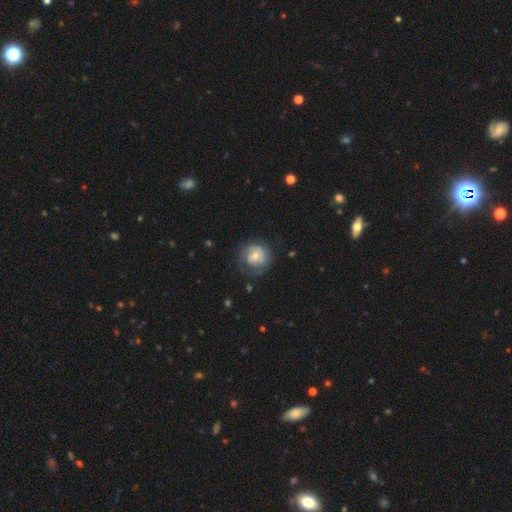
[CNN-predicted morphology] Q: Smooth or featured?
A: smooth (51%); runner-up: featured or disk (42%)
Q: How rounded?
A: round (85%); runner-up: in between (14%)
Q: Merging?
A: none (64%); runner-up: minor disturbance (22%)